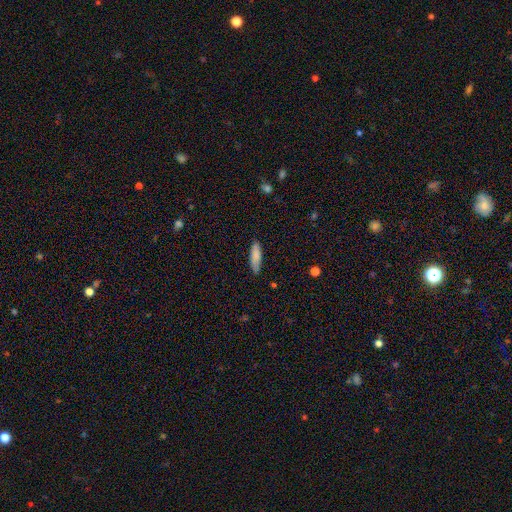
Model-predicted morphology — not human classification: This is clearly a smooth galaxy (83%). How rounded: possibly cigar-shaped (54%). Merging: clearly none (83%).